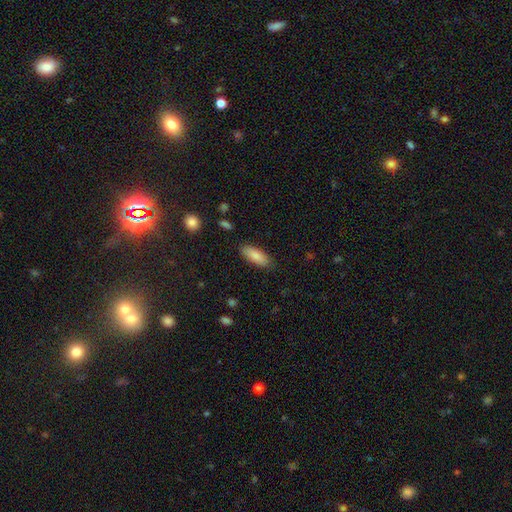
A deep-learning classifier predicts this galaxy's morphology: Overall: smooth (86%). How rounded: in between (73%). Merging: none (86%).